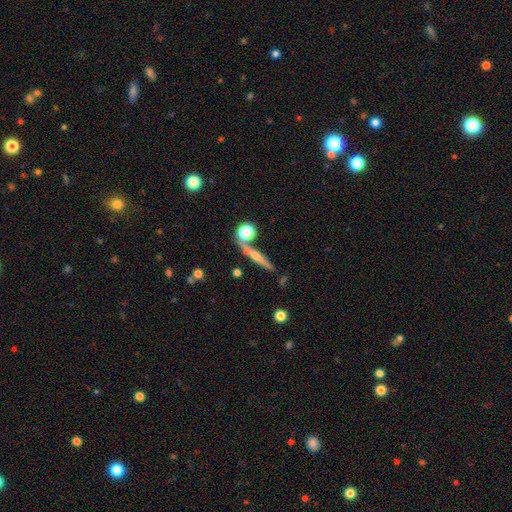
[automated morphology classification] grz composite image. It shows a featured or disk galaxy (57%) viewed edge-on (92%) with a rounded central bulge (80%). Merging: none (71%).